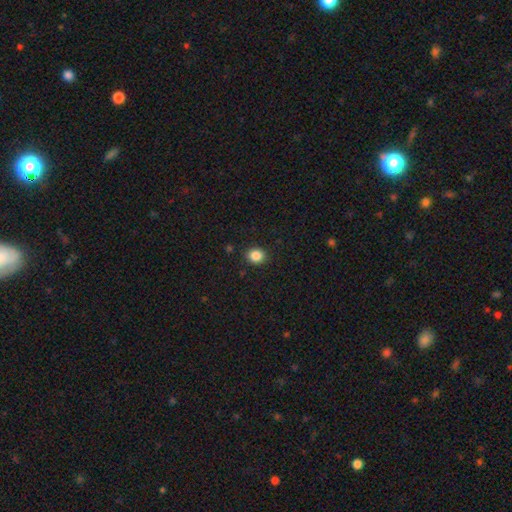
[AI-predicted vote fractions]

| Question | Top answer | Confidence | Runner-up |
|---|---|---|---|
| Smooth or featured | smooth | 86% | star or artifact (10%) |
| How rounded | round | 70% | in between (29%) |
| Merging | none | 90% | minor disturbance (7%) |